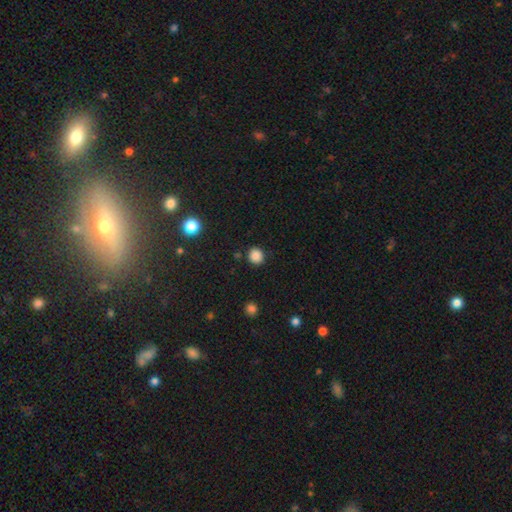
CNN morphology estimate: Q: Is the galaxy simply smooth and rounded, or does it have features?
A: smooth — 85%.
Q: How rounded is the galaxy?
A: round — 87%.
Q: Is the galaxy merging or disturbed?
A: none — 88%.